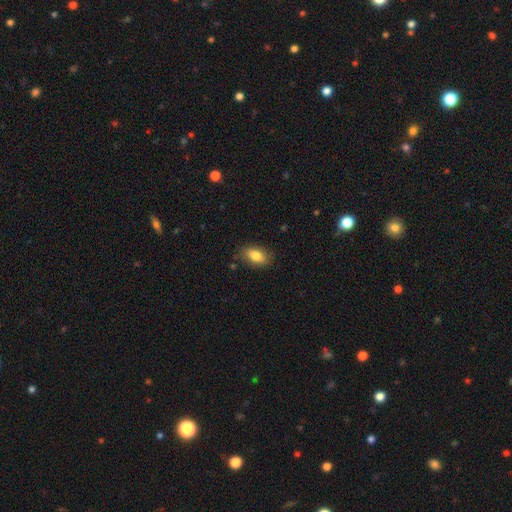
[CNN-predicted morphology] Q: Smooth or featured?
A: smooth (82%); runner-up: featured or disk (10%)
Q: How rounded?
A: in between (87%); runner-up: round (9%)
Q: Merging?
A: none (81%); runner-up: minor disturbance (14%)